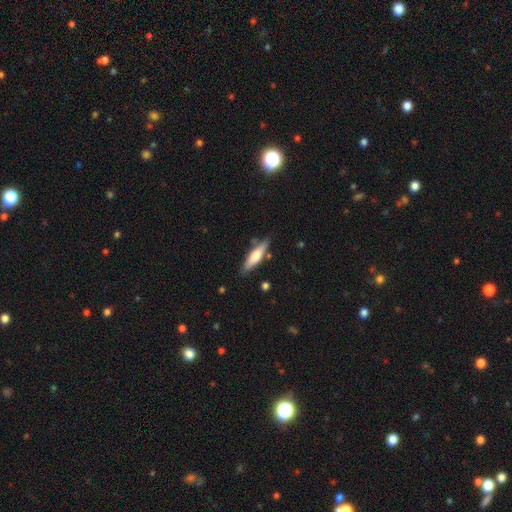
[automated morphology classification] This is possibly a smooth galaxy (55%). How rounded: likely cigar-shaped (70%). Merging: likely none (80%).